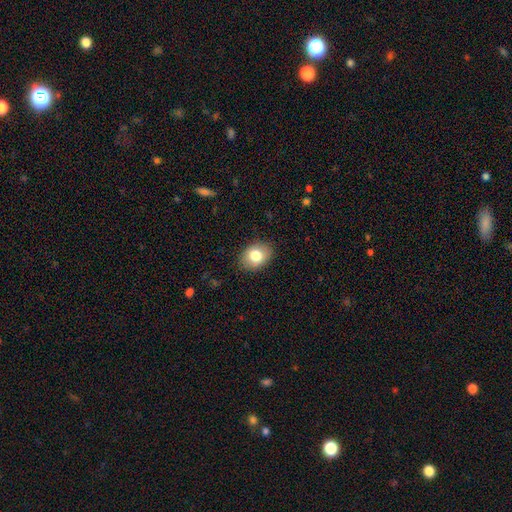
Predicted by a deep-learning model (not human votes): smooth_or_featured: smooth (p=0.80) [alt: featured or disk p=0.13]
how_rounded: in between (p=0.75) [alt: round p=0.24]
merging: none (p=0.86) [alt: minor disturbance p=0.11]